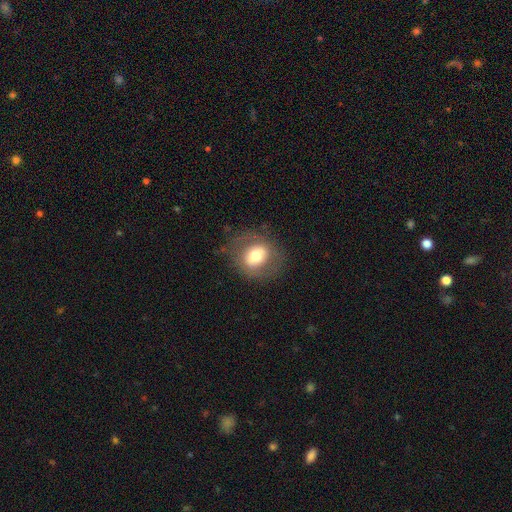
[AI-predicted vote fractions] This is possibly a smooth galaxy (60%). How rounded: likely round (66%). Merging: likely none (76%).